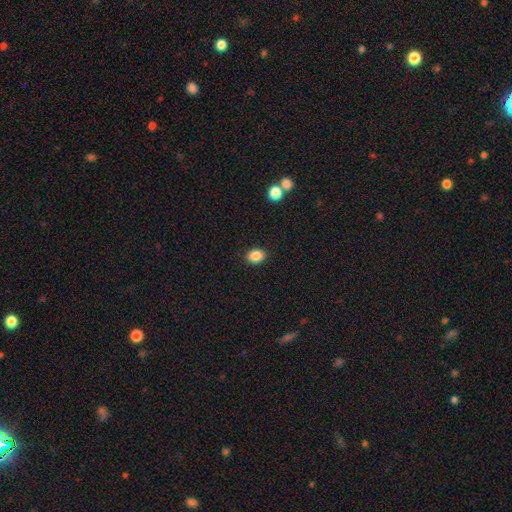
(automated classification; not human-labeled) Q: Smooth or featured?
A: smooth (87%); runner-up: star or artifact (9%)
Q: How rounded?
A: in between (63%); runner-up: round (36%)
Q: Merging?
A: none (89%); runner-up: minor disturbance (7%)